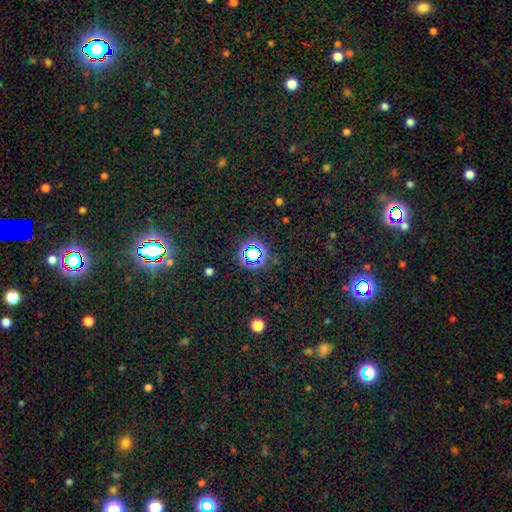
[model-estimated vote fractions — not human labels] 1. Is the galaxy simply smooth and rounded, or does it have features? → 75% star or artifact, 17% smooth, 8% featured or disk.